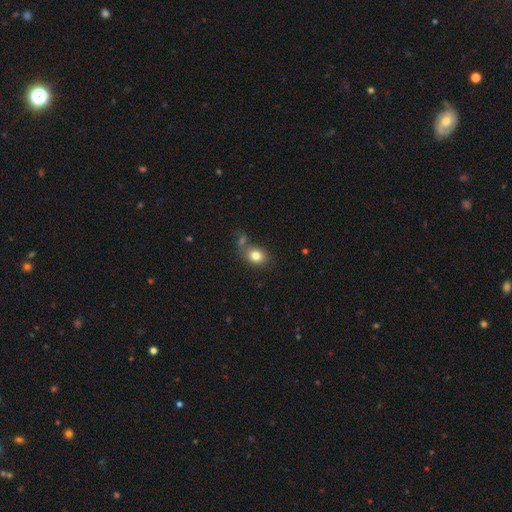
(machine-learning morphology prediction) Smooth or featured: smooth — 80% (star or artifact — 10%)
How rounded: in between — 51% (round — 48%)
Merging: none — 60% (merger — 21%)